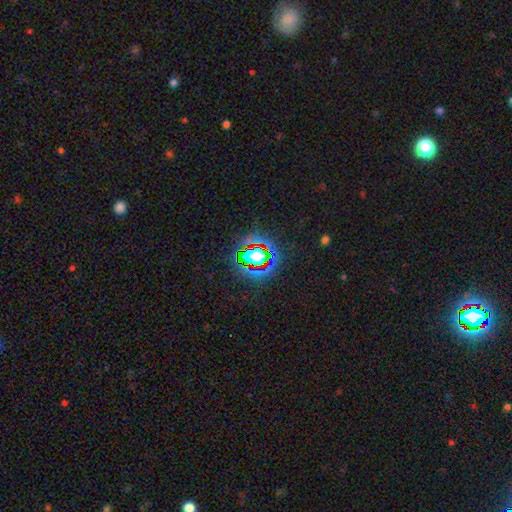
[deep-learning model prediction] Smooth or featured: star or artifact — 67% (smooth — 21%)